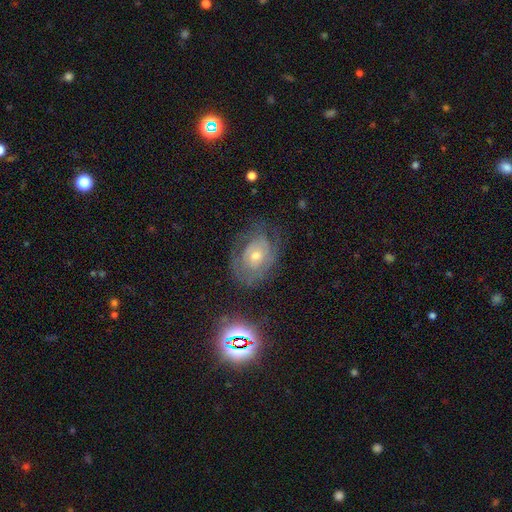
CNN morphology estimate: A featured or disk galaxy (65%) with no bar (78%), spiral arms (73%) and a small central bulge (49%).

Vote fractions:
- Smooth or featured? featured or disk: 65% / smooth: 21% / star or artifact: 14%
- Edge-on disk? no: 96% / yes: 4%
- Bar? no: 78% / weak: 18% / strong: 4%
- Spiral arms? yes: 73% / no: 27%
- Bulge size? small: 49% / moderate: 46% / large: 3% / none: 1% / dominant: 1%
- Merging? none: 61% / minor disturbance: 22% / major disturbance: 16% / merger: 2%